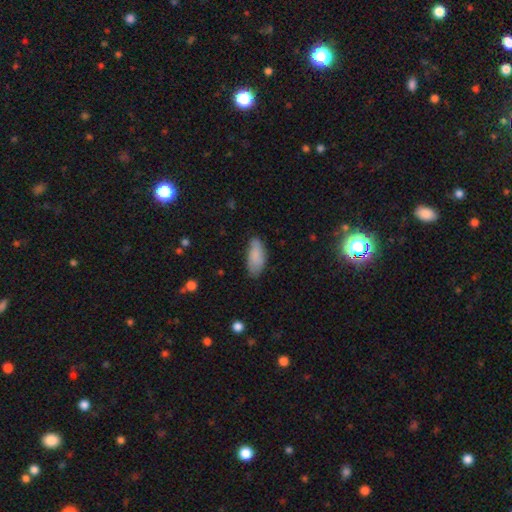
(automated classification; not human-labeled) smooth 84%, featured or disk 9%, star or artifact 6%. Down the decision tree: how rounded — in between (85%); merging — none (69%).